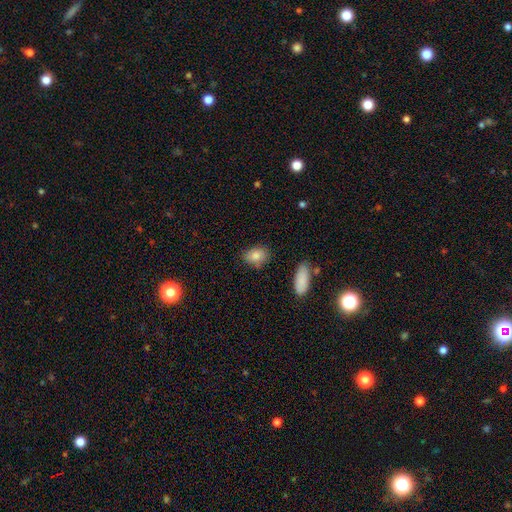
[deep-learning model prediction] smooth-or-featured: smooth: 84% | star or artifact: 8% | featured or disk: 8%
  how-rounded: in between: 78% | round: 21% | cigar-shaped: 2%
  merging: none: 77% | minor disturbance: 16% | major disturbance: 3% | merger: 3%